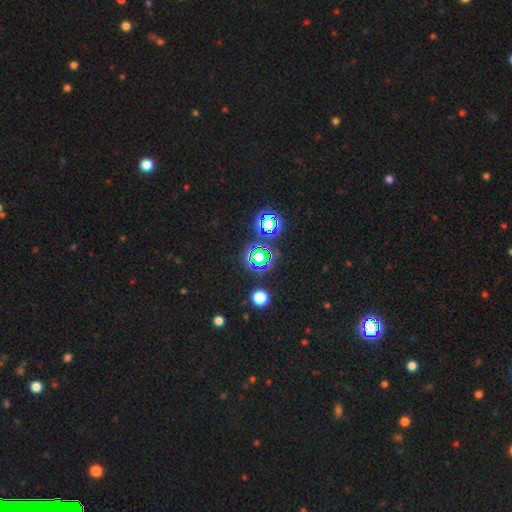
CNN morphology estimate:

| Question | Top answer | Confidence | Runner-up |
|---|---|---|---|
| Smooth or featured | star or artifact | 74% | smooth (19%) |